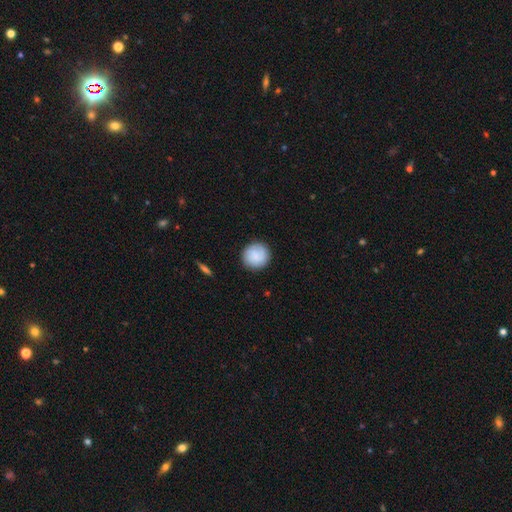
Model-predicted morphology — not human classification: A smooth galaxy with no disk features (81%) that is round (93%).

Vote fractions:
- Smooth or featured? smooth: 81% / featured or disk: 13% / star or artifact: 6%
- How rounded? round: 93% / in between: 6% / cigar-shaped: 1%
- Merging? none: 88% / minor disturbance: 9% / major disturbance: 2% / merger: 1%